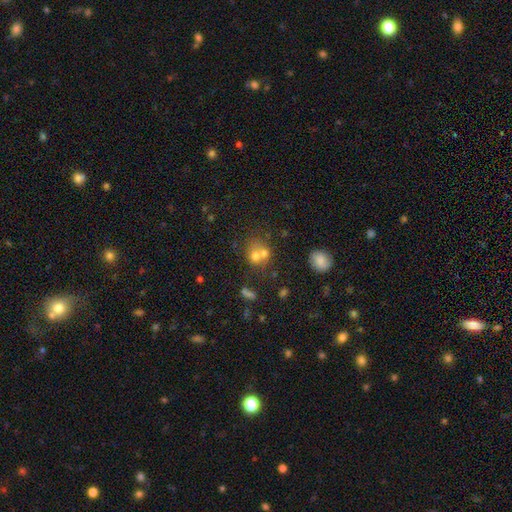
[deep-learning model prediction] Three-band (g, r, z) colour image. It shows a smooth galaxy with no disk features (65%) that is round (71%). Merging: merger (56%).